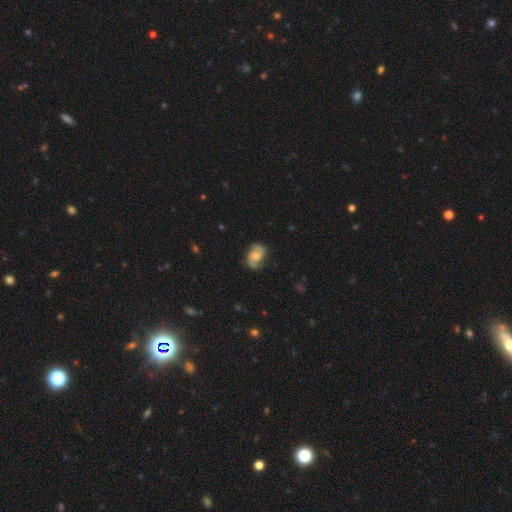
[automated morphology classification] smooth_or_featured: featured or disk (p=0.57) [alt: smooth p=0.34]
disk_edge_on: no (p=0.97) [alt: yes p=0.03]
bar: no (p=0.59) [alt: weak p=0.35]
has_spiral_arms: yes (p=0.90) [alt: no p=0.10]
spiral_winding: medium (p=0.41) [alt: loose p=0.40]
spiral_arm_count: 2 (p=0.84) [alt: can't tell p=0.08]
bulge_size: moderate (p=0.41) [alt: small p=0.30]
merging: none (p=0.68) [alt: minor disturbance p=0.23]